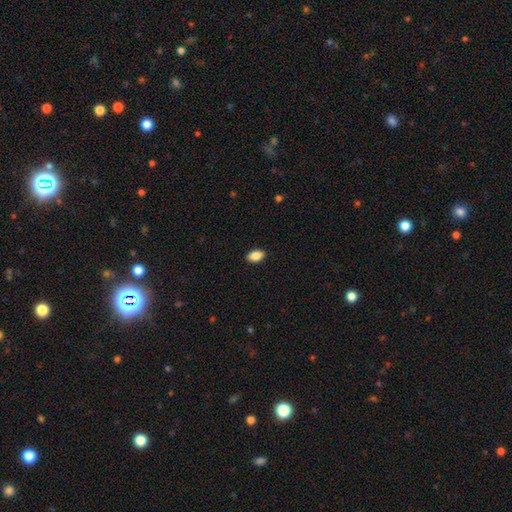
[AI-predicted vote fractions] smooth-or-featured: smooth: 87% | star or artifact: 8% | featured or disk: 6%
  how-rounded: in between: 90% | round: 8% | cigar-shaped: 2%
  merging: none: 90% | minor disturbance: 8% | major disturbance: 2% | merger: 1%